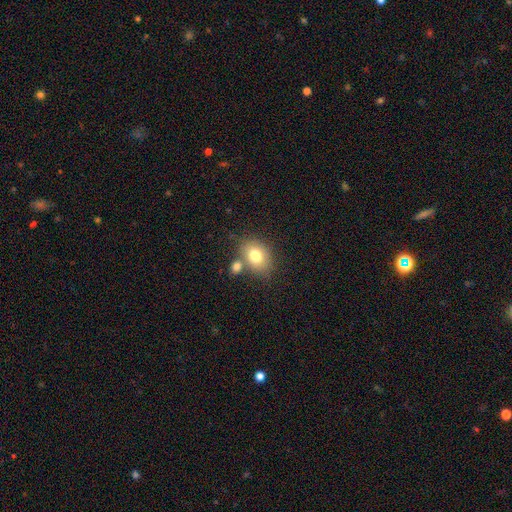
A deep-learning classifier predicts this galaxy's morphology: Smooth or featured?
  - smooth: 78% *
  - featured or disk: 13%
  - star or artifact: 9%
How rounded?
  - in between: 66% *
  - round: 33%
  - cigar-shaped: 1%
Merging?
  - none: 60% *
  - merger: 22%
  - minor disturbance: 14%
  - major disturbance: 4%